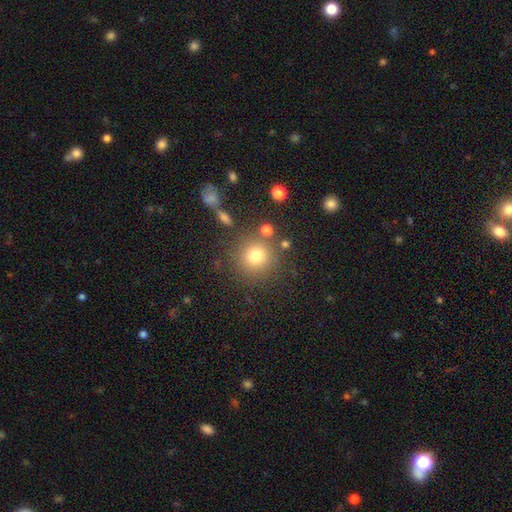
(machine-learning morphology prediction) Overall: smooth (76%). How rounded: round (92%). Merging: none (79%).